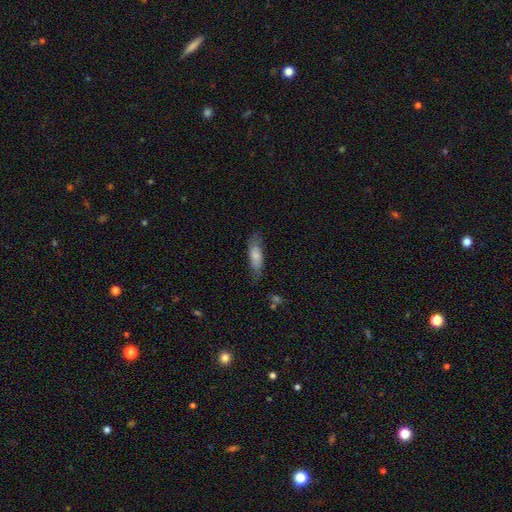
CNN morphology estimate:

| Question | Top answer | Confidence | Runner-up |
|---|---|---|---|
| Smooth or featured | smooth | 68% | featured or disk (25%) |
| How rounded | in between | 63% | cigar-shaped (34%) |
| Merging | none | 63% | minor disturbance (26%) |